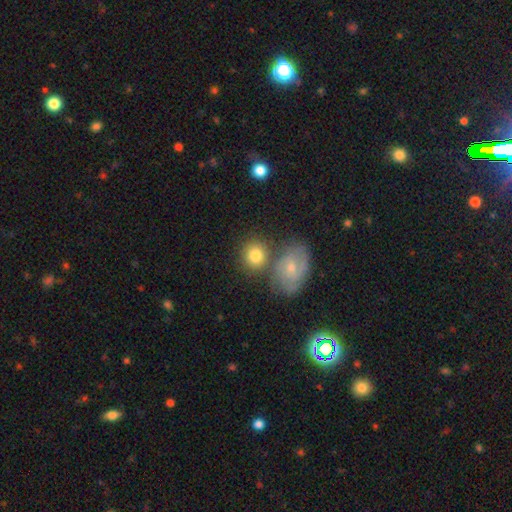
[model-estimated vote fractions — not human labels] Smooth or featured? smooth (75%)
How rounded? round (75%)
Merging? none (58%)